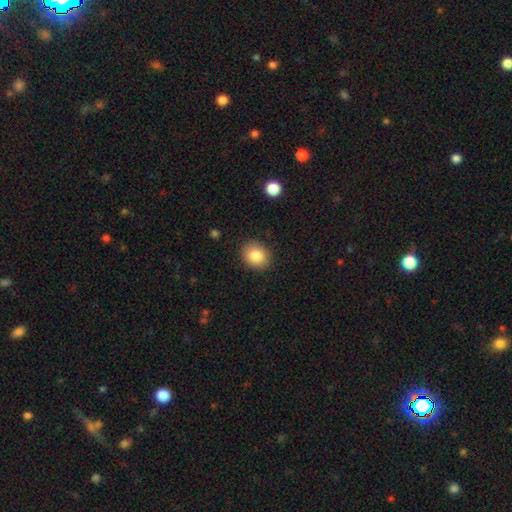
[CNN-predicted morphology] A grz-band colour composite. It shows a smooth galaxy with no disk features (86%) that is round (52%). Merging: none (87%).